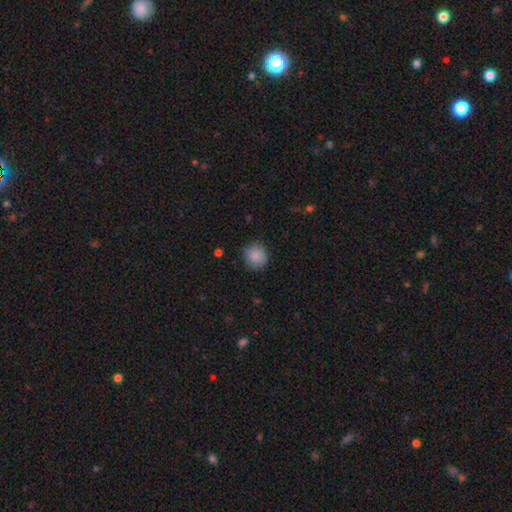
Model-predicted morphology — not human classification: Smooth or featured: smooth — 87% (star or artifact — 8%)
How rounded: round — 86% (in between — 13%)
Merging: none — 83% (minor disturbance — 13%)